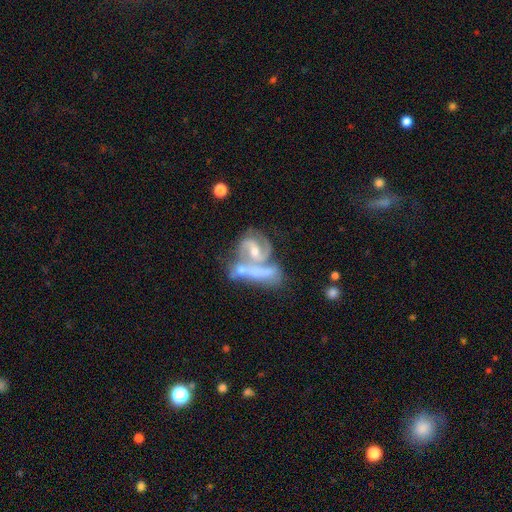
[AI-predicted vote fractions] Q: Smooth or featured?
A: featured or disk (79%); runner-up: smooth (13%)
Q: Edge-on disk?
A: no (94%); runner-up: yes (6%)
Q: Bar?
A: weak (41%); runner-up: no (37%)
Q: Spiral arms?
A: yes (89%); runner-up: no (11%)
Q: Spiral winding?
A: medium (46%); runner-up: tight (34%)
Q: Spiral arm count?
A: 2 (72%); runner-up: can't tell (13%)
Q: Bulge size?
A: moderate (50%); runner-up: small (40%)
Q: Merging?
A: merger (57%); runner-up: none (24%)